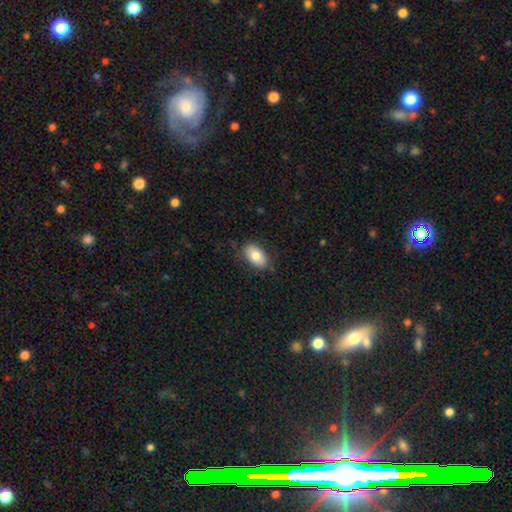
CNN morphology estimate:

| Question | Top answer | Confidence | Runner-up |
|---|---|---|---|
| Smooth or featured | smooth | 82% | featured or disk (11%) |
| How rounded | in between | 92% | round (6%) |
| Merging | none | 81% | minor disturbance (14%) |